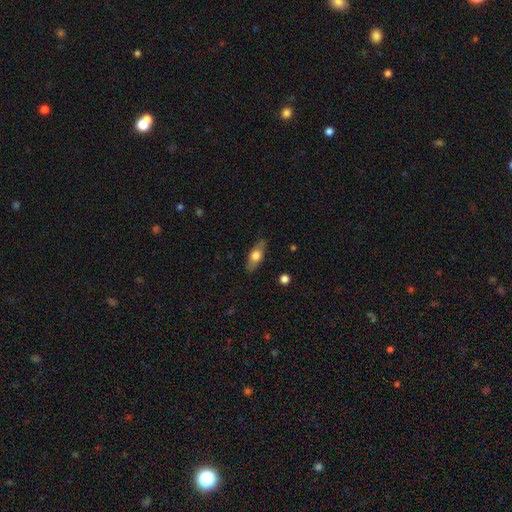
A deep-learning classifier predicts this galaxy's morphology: This appears to be a smooth galaxy with no disk features (60%) that is in between round and cigar-shaped (72%). Merging: none (85%).